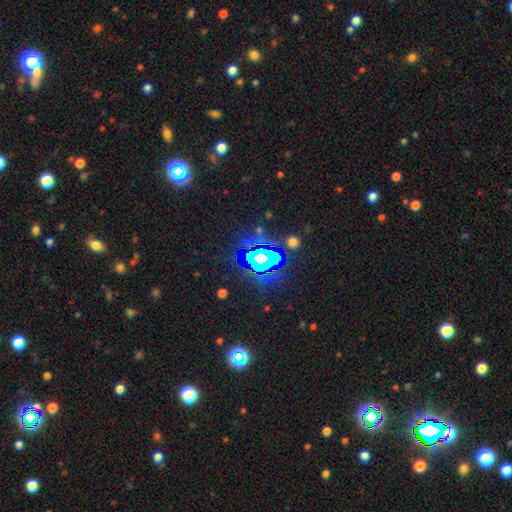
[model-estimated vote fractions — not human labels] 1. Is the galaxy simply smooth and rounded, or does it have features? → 74% star or artifact, 14% smooth, 12% featured or disk.